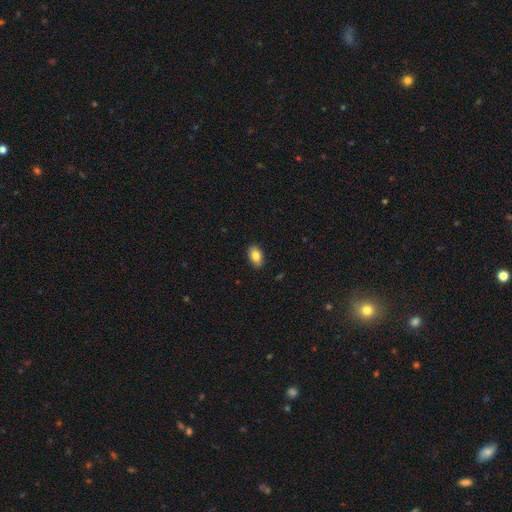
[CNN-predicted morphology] Overall: smooth (84%). How rounded: in between (91%). Merging: none (89%).